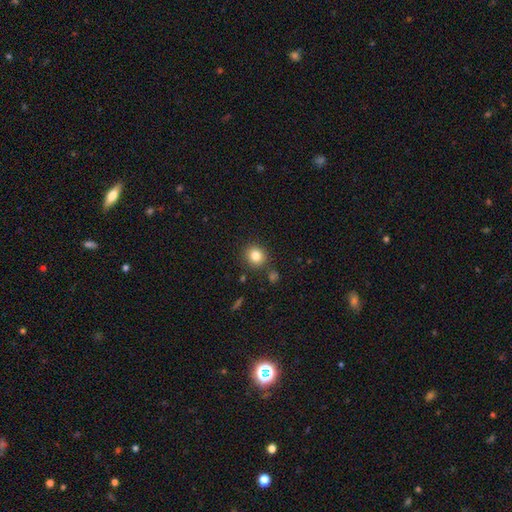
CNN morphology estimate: A smooth galaxy with no disk features (83%) that is round (83%). Merging: none (86%).